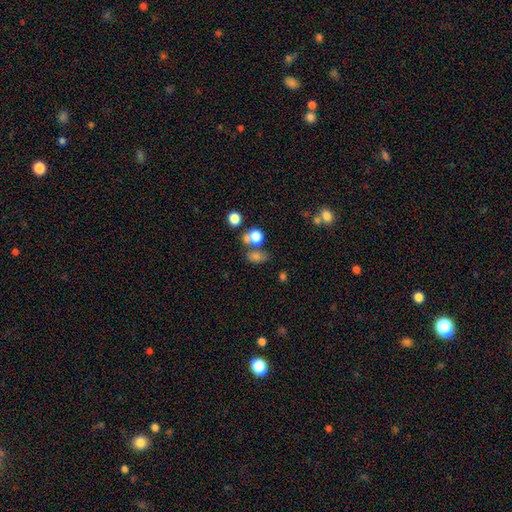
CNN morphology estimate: This is likely a smooth galaxy (65%). How rounded: likely in between (64%). Merging: possibly none (51%).